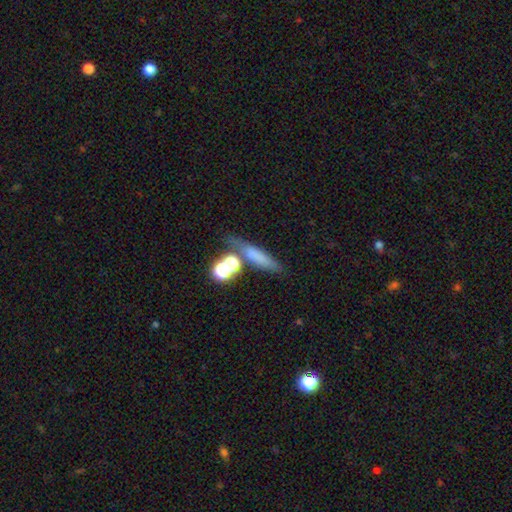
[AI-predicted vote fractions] Smooth or featured? Predicted: smooth (p=0.63). How rounded? Predicted: cigar-shaped (p=0.63). Merging? Predicted: none (p=0.57).